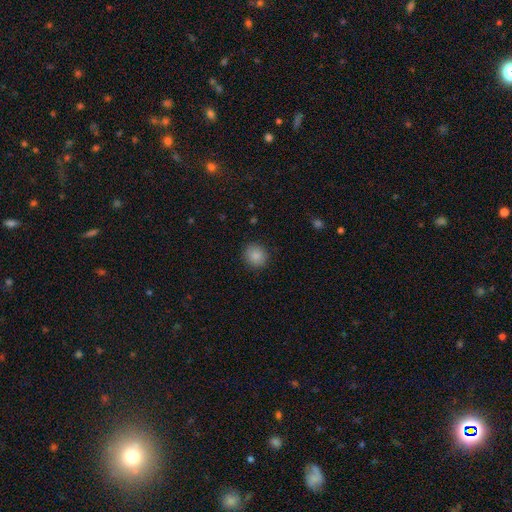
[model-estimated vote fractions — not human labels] Smooth or featured? Predicted: smooth (p=0.87). How rounded? Predicted: round (p=0.82). Merging? Predicted: none (p=0.89).